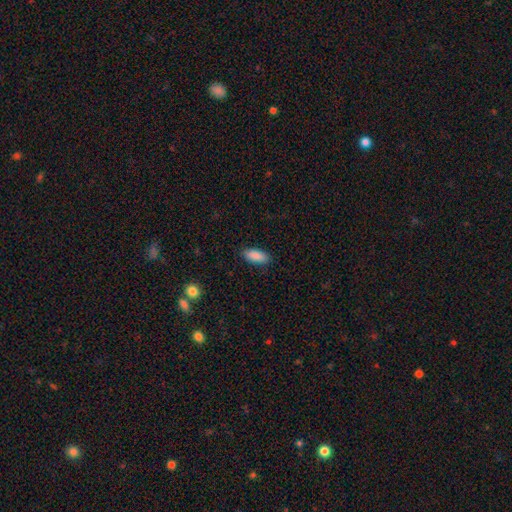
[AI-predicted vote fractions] This is clearly a smooth galaxy (88%). How rounded: clearly in between (82%). Merging: clearly none (88%).